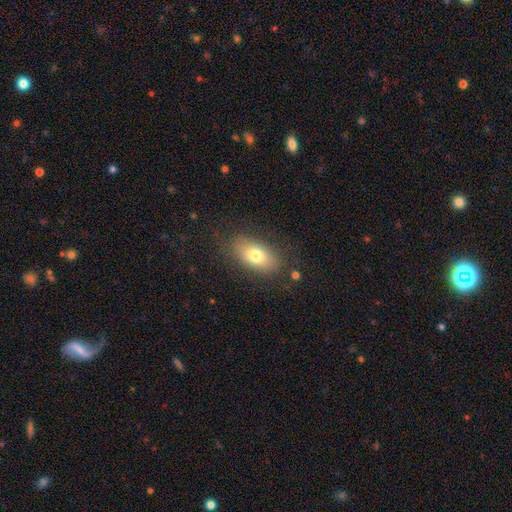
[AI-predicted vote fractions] smooth_or_featured: smooth (p=0.74) [alt: featured or disk p=0.17]
how_rounded: in between (p=0.88) [alt: round p=0.07]
merging: none (p=0.81) [alt: minor disturbance p=0.13]